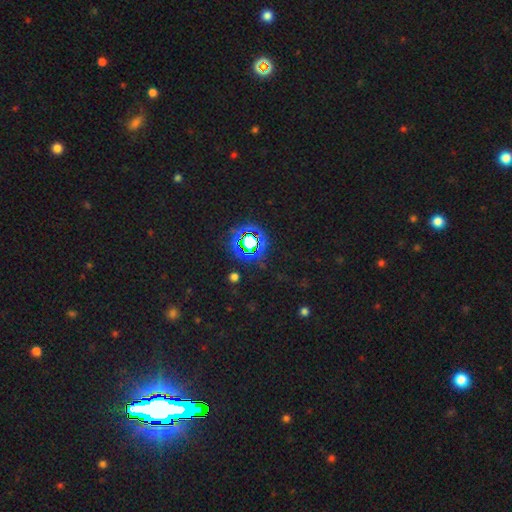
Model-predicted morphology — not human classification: This is likely a star or artifact rather than a galaxy (80%).